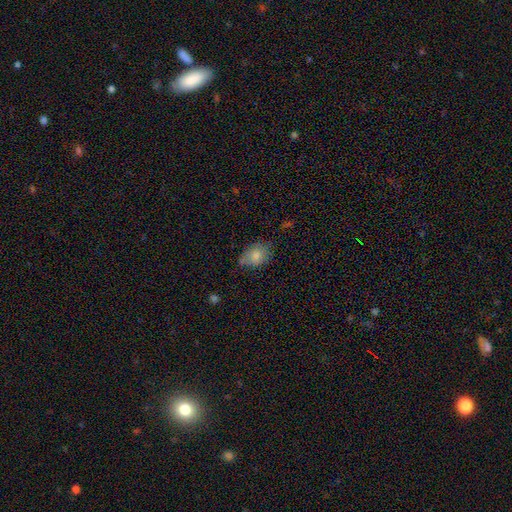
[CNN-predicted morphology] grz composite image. It shows a smooth galaxy with no disk features (80%) that is in between round and cigar-shaped (72%). Merging: none (58%).